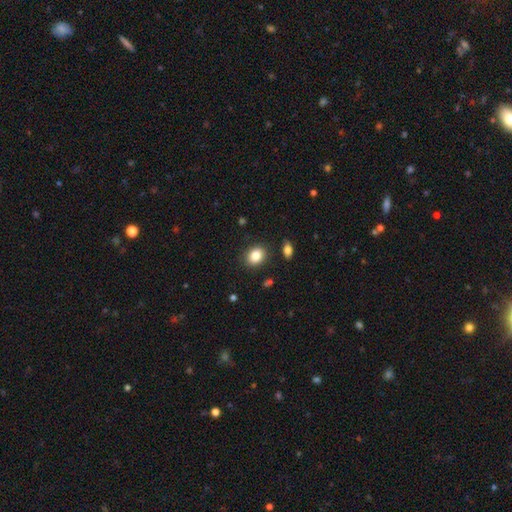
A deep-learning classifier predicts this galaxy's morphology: Smooth or featured?
  - smooth: 85% *
  - star or artifact: 9%
  - featured or disk: 6%
How rounded?
  - in between: 54% *
  - round: 45%
  - cigar-shaped: 1%
Merging?
  - none: 87% *
  - minor disturbance: 9%
  - major disturbance: 2%
  - merger: 2%